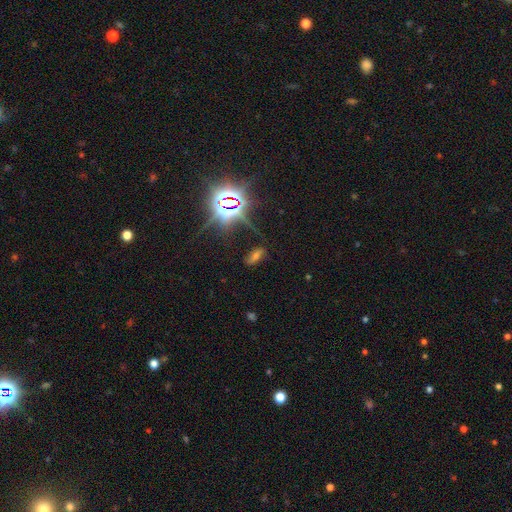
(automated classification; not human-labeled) Overall: star or artifact (49%; smooth 34%).